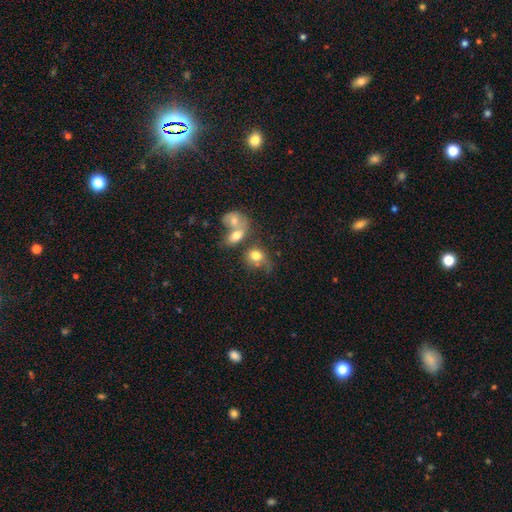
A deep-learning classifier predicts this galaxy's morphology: Smooth or featured? smooth (75%)
How rounded? round (51%)
Merging? merger (41%)